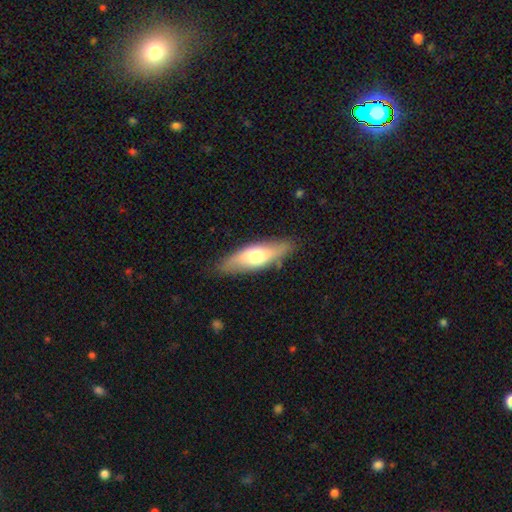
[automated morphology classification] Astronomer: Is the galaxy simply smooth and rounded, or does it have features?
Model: smooth — 58% (runner-up: featured or disk, 36%).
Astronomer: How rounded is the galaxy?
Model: in between — 56% (runner-up: cigar-shaped, 41%).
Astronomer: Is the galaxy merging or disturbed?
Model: none — 82%.